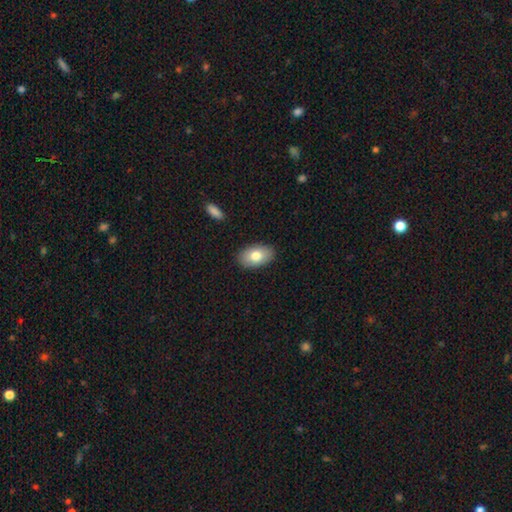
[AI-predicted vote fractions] Q: Smooth or featured?
A: smooth (77%); runner-up: featured or disk (16%)
Q: How rounded?
A: in between (92%); runner-up: round (7%)
Q: Merging?
A: none (88%); runner-up: minor disturbance (9%)